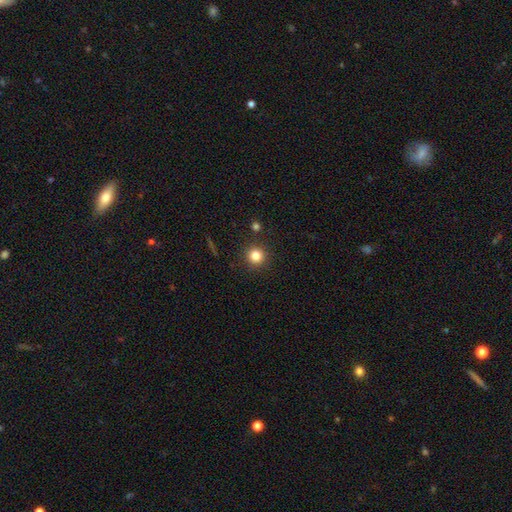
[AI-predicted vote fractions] This appears to be a smooth galaxy with no disk features (82%) that is round (95%). Merging: none (90%).